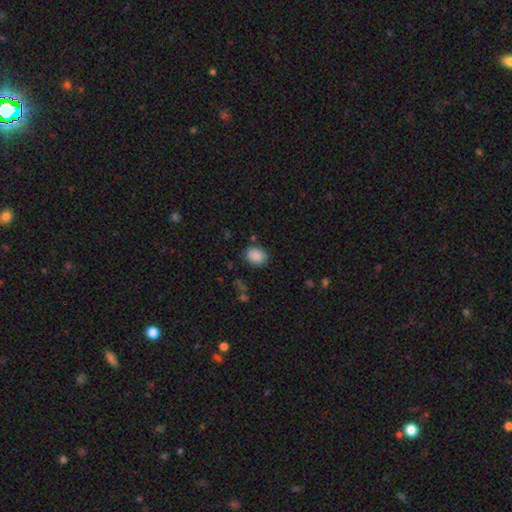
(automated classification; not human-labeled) Smooth or featured? smooth (88%)
How rounded? in between (52%)
Merging? none (82%)